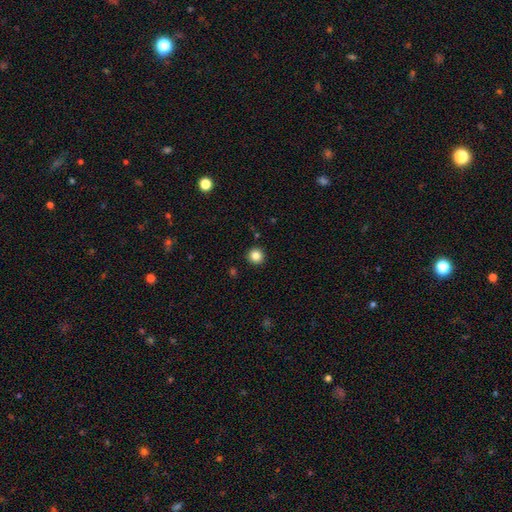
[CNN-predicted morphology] The model was most divided on "smooth or featured": smooth: 85%, star or artifact: 11%, featured or disk: 4%. More confident: how rounded — round (95%); merging — none (92%).